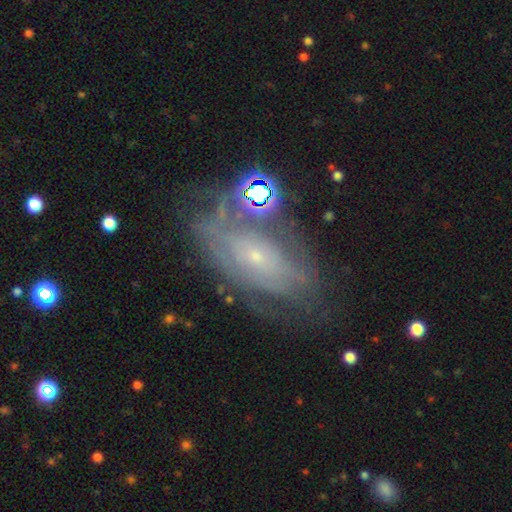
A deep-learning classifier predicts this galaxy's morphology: type=featured or disk (71%); edge-on=no (92%); bar=no (79%); spiral arms=yes (75%); bulge=small (82%); merging=none (62%).